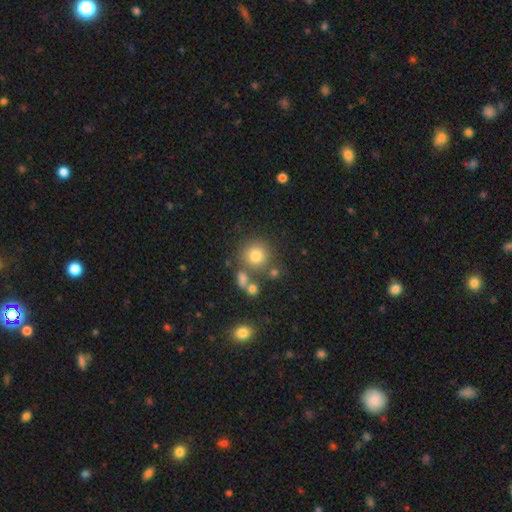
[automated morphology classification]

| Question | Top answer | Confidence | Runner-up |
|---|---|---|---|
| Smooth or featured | smooth | 78% | star or artifact (13%) |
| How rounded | round | 91% | in between (8%) |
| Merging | none | 70% | merger (14%) |